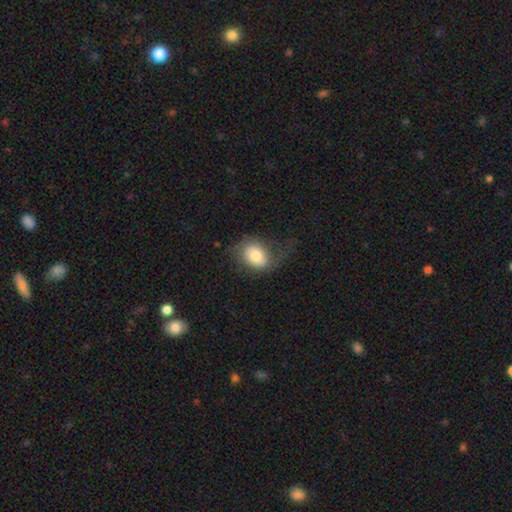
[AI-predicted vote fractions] Morphology: type=smooth (67%); roundness=in between (54%); merging=none (46%).